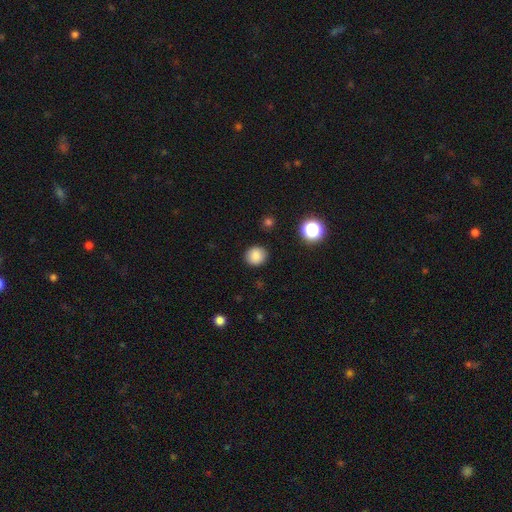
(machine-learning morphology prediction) This appears to be a smooth galaxy with no disk features (86%) that is round (86%). Merging: none (90%).